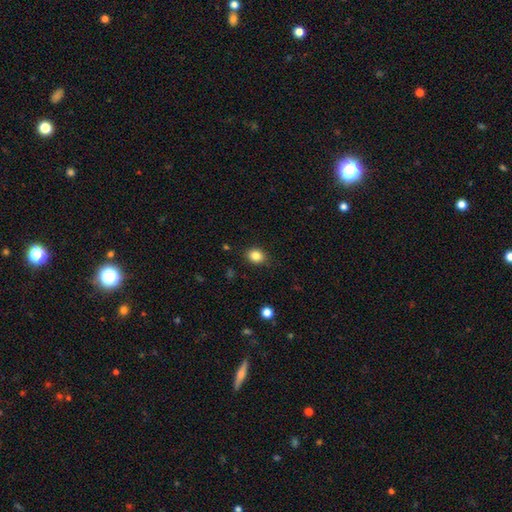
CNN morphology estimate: smooth 84%, star or artifact 10%, featured or disk 6%. Down the decision tree: how rounded — round (54%); merging — none (86%).